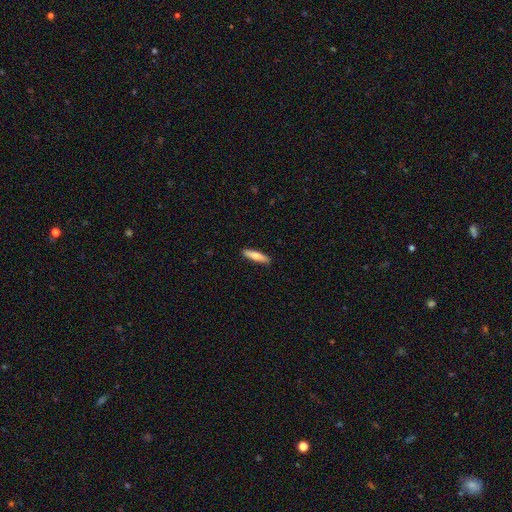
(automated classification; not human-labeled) Morphology: type=smooth (75%); roundness=cigar-shaped (81%); merging=none (90%).